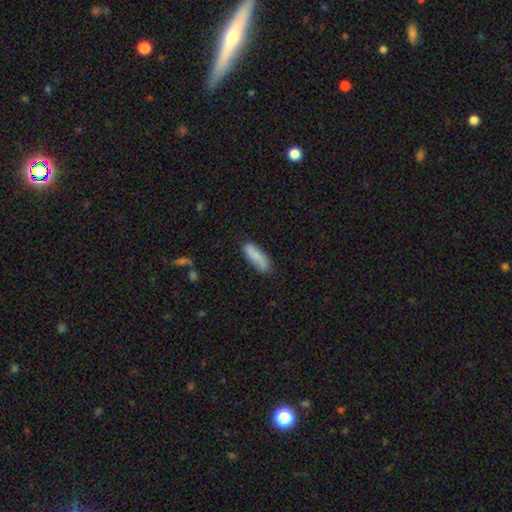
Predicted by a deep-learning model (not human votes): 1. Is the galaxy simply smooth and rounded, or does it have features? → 84% smooth, 10% featured or disk, 6% star or artifact.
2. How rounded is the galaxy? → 52% cigar-shaped, 47% in between, 2% round.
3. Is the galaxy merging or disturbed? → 75% none, 19% minor disturbance, 4% major disturbance, 2% merger.